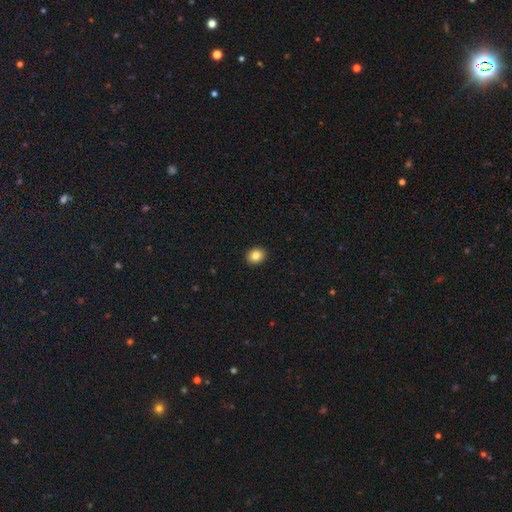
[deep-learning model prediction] Smooth or featured?
  - smooth: 83% *
  - star or artifact: 10%
  - featured or disk: 7%
How rounded?
  - round: 61% *
  - in between: 38%
  - cigar-shaped: 1%
Merging?
  - none: 92% *
  - minor disturbance: 5%
  - major disturbance: 1%
  - merger: 1%